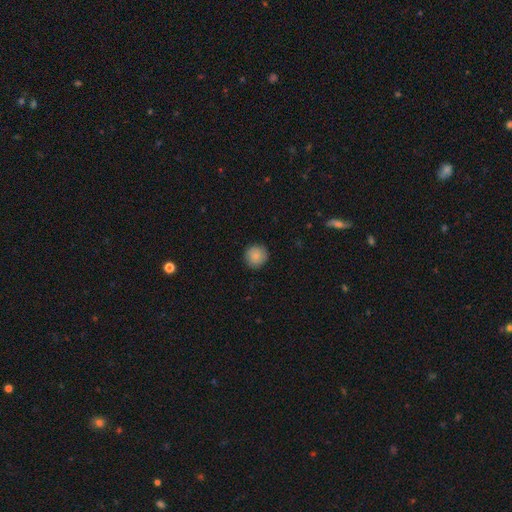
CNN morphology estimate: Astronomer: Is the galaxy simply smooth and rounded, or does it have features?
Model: smooth — 87%.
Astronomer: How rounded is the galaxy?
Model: round — 94%.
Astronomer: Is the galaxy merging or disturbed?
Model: none — 90%.